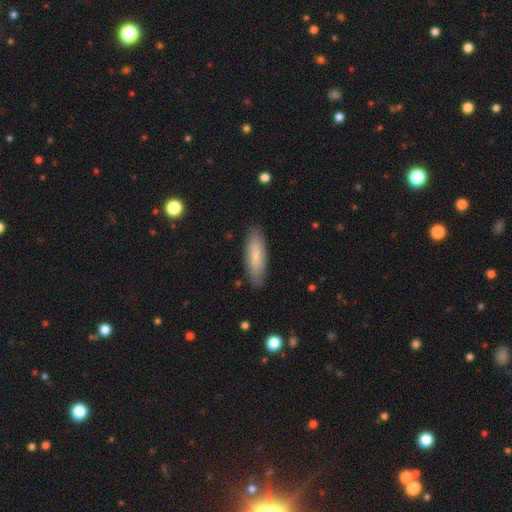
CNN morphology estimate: A smooth galaxy with no disk features (79%) that is cigar-shaped (50%). Merging: none (88%).